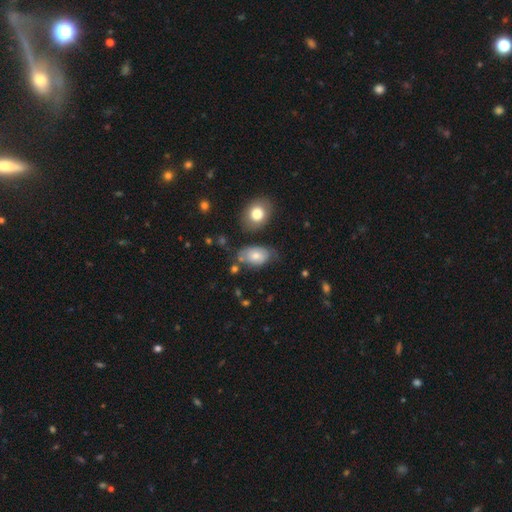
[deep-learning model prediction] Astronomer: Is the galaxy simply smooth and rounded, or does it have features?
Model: smooth — 69%.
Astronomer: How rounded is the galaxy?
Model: in between — 87%.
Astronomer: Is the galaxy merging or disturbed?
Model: none — 52% (runner-up: minor disturbance, 28%).